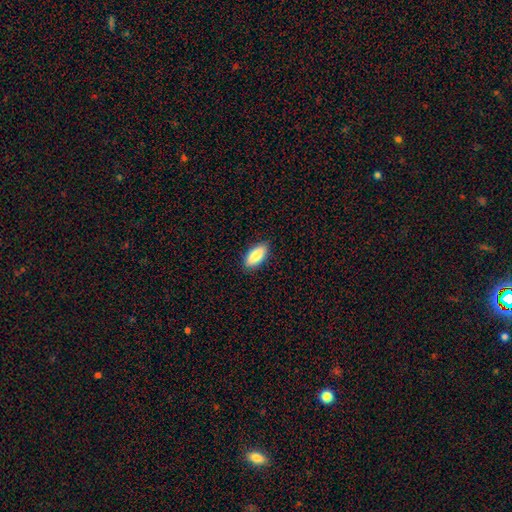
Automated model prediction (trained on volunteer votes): This is clearly a smooth galaxy (86%). How rounded: clearly in between (86%). Merging: clearly none (87%).